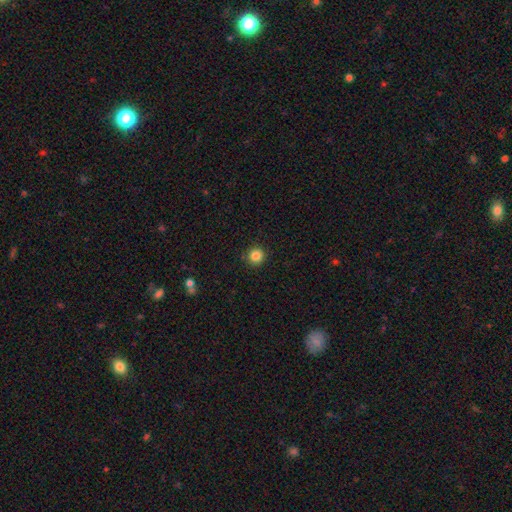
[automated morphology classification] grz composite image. It shows a smooth galaxy with no disk features (84%) that is round (95%). Merging: none (91%).